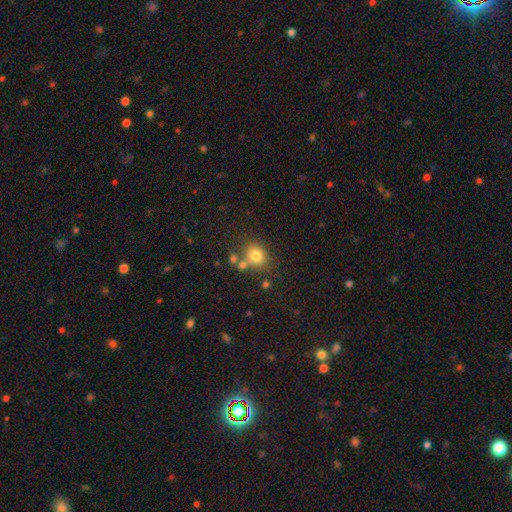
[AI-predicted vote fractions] Smooth or featured? smooth (78%)
How rounded? round (74%)
Merging? none (66%)